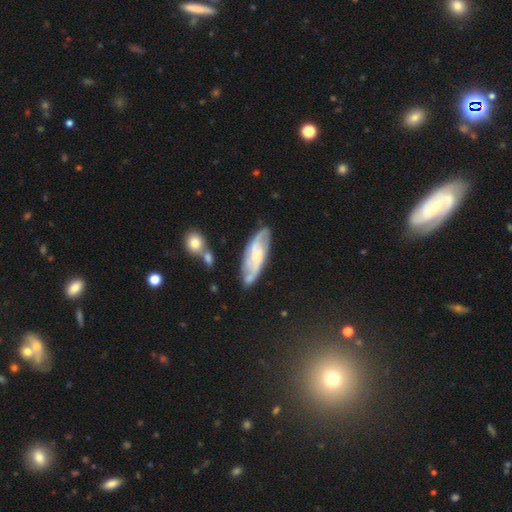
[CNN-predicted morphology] This is likely a featured or disk galaxy (76%). It is clearly not viewed edge-on (88%). Bar: possibly no (51%). Spiral arm pattern: clearly yes (94%). Spiral arm count: possibly 2 (53%). Spiral winding: possibly medium (47%). Central bulge: possibly small (46%). Merging: likely none (71%).